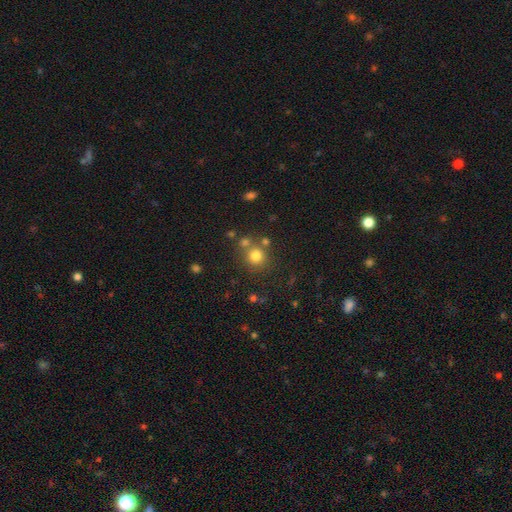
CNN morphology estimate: smooth_or_featured: smooth (p=0.77) [alt: star or artifact p=0.15]
how_rounded: round (p=0.89) [alt: in between p=0.10]
merging: none (p=0.70) [alt: merger p=0.16]